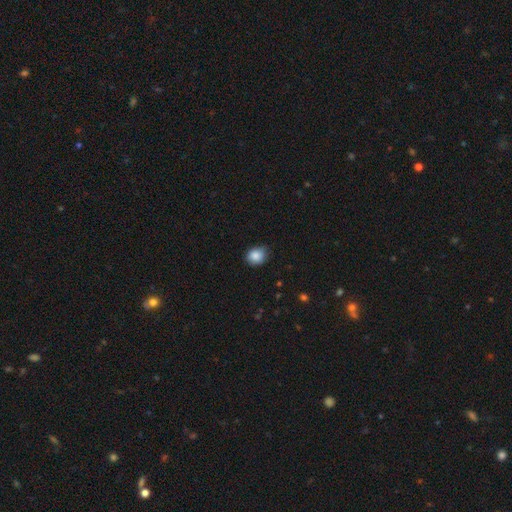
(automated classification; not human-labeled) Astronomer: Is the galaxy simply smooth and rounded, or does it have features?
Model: smooth — 87%.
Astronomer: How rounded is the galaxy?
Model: round — 61% (runner-up: in between, 38%).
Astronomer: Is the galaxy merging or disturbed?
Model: none — 73%.